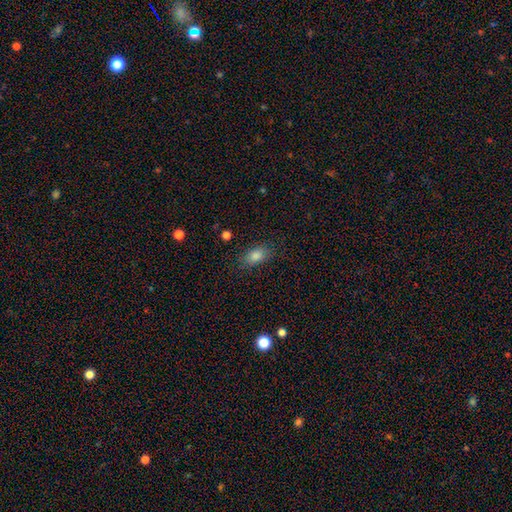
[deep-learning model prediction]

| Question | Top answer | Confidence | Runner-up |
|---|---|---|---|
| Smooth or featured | smooth | 82% | star or artifact (11%) |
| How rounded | in between | 84% | round (11%) |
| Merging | none | 83% | minor disturbance (12%) |